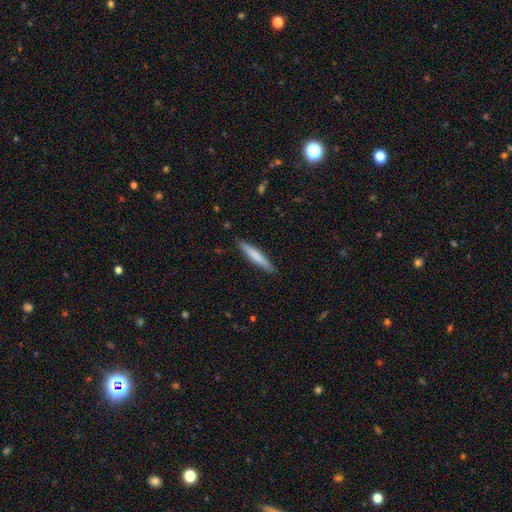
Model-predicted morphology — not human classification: Q: Smooth or featured?
A: smooth (67%); runner-up: featured or disk (28%)
Q: How rounded?
A: cigar-shaped (93%); runner-up: in between (5%)
Q: Merging?
A: none (90%); runner-up: minor disturbance (7%)